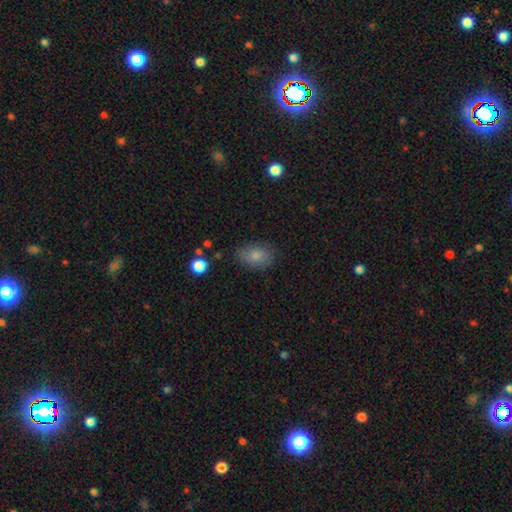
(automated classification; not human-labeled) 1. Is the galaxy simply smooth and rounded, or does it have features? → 80% smooth, 11% featured or disk, 9% star or artifact.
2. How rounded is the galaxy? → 79% in between, 20% round, 1% cigar-shaped.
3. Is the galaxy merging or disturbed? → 72% none, 21% minor disturbance, 5% major disturbance, 2% merger.